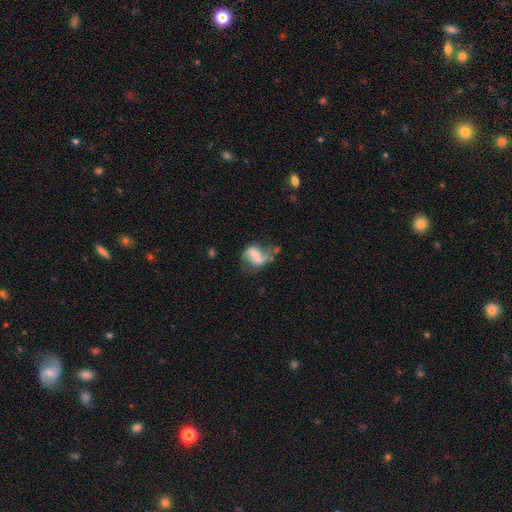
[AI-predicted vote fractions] smooth-or-featured: featured or disk: 64% | smooth: 28% | star or artifact: 8%
  disk-edge-on: no: 96% | yes: 4%
    bar: strong: 47% | weak: 35% | no: 18%
    has-spiral-arms: yes: 82% | no: 18%
      spiral-winding: loose: 62% | medium: 28% | tight: 10%
      spiral-arm-count: 2: 81% | 1: 9% | can't tell: 7% | 3: 1% | 4: 1% | more than 4: 1%
    bulge-size: small: 37% | none: 29% | moderate: 25% | large: 7% | dominant: 2%
  merging: none: 48% | minor disturbance: 26% | major disturbance: 18% | merger: 7%